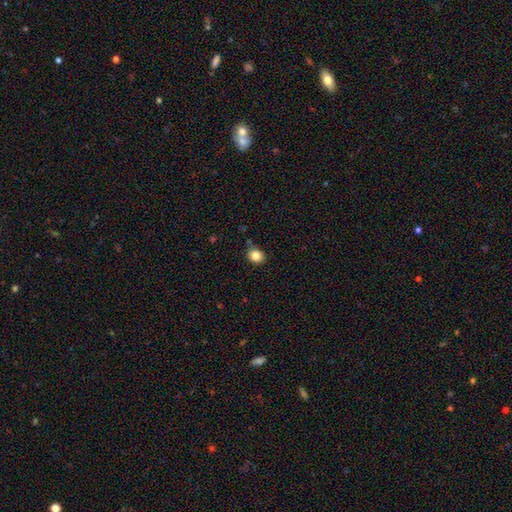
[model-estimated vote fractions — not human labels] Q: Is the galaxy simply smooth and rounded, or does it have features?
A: smooth — 84%.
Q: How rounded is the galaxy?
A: round — 69%.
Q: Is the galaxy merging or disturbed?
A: none — 78%.